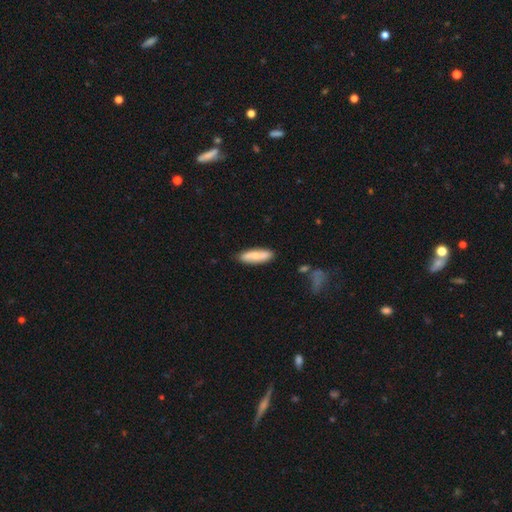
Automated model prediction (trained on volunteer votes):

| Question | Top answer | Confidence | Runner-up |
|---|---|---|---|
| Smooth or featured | smooth | 63% | featured or disk (32%) |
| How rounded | cigar-shaped | 53% | in between (44%) |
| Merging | none | 82% | minor disturbance (13%) |